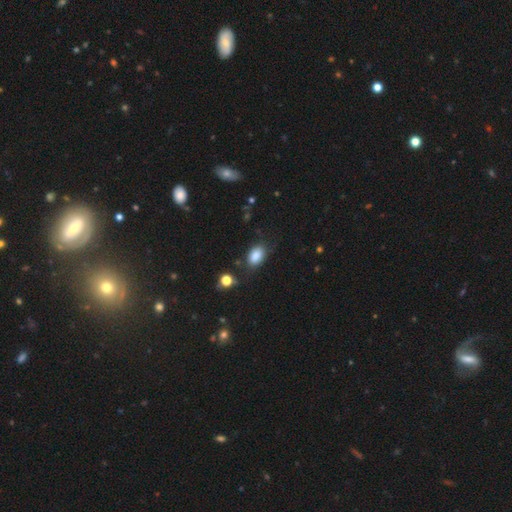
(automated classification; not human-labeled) Smooth or featured?
  - smooth: 86% *
  - star or artifact: 9%
  - featured or disk: 6%
How rounded?
  - in between: 88% *
  - round: 11%
  - cigar-shaped: 2%
Merging?
  - none: 74% *
  - minor disturbance: 17%
  - major disturbance: 5%
  - merger: 3%